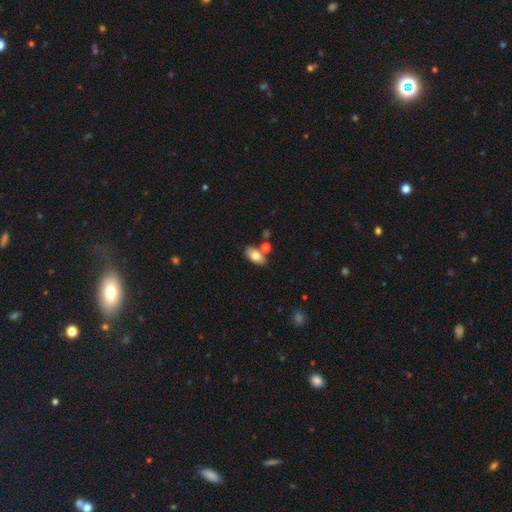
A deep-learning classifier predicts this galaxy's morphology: This is likely a smooth galaxy (80%). How rounded: clearly in between (92%). Merging: likely none (67%).